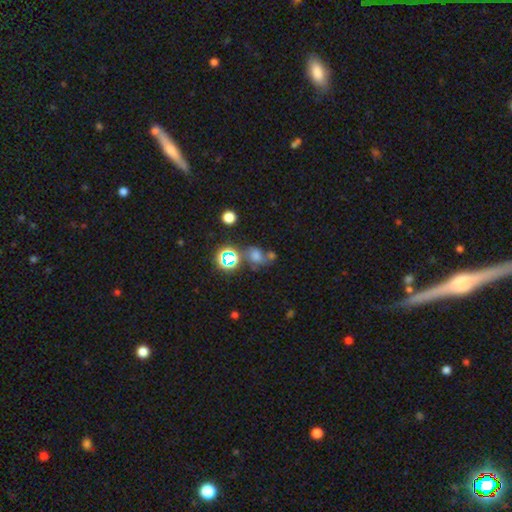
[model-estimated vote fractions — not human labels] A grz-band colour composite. It shows a smooth galaxy with no disk features (44%). Merging: none (46%).